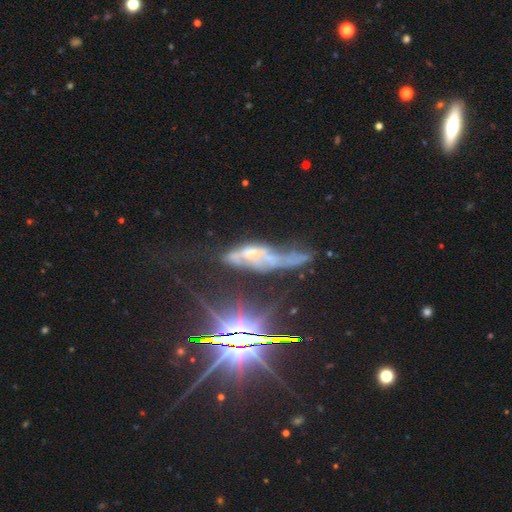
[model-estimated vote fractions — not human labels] Smooth or featured? Predicted: featured or disk (p=0.54). Edge-on disk? Predicted: no (p=0.63). Merging? Predicted: major disturbance (p=0.37).